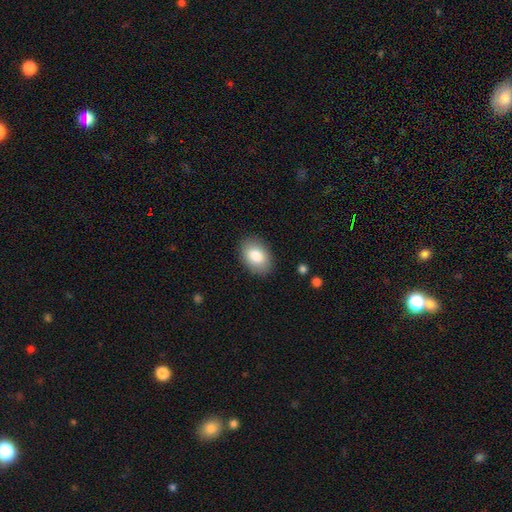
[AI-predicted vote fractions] Smooth or featured? smooth (83%)
How rounded? in between (84%)
Merging? none (87%)